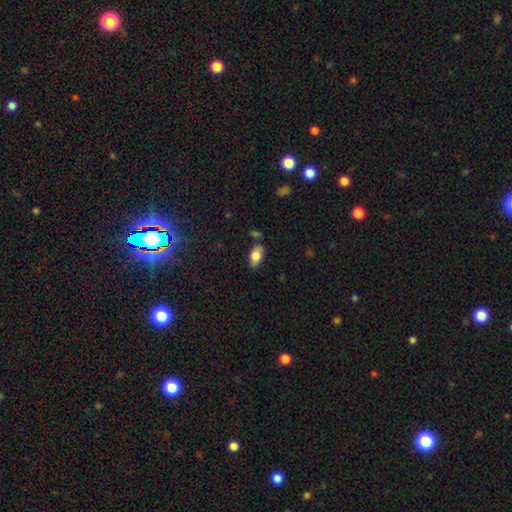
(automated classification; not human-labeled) A smooth galaxy with no disk features (81%) that is in between round and cigar-shaped (92%).

Vote fractions:
- Smooth or featured? smooth: 81% / featured or disk: 12% / star or artifact: 7%
- How rounded? in between: 92% / cigar-shaped: 4% / round: 4%
- Merging? none: 78% / minor disturbance: 15% / merger: 4% / major disturbance: 3%